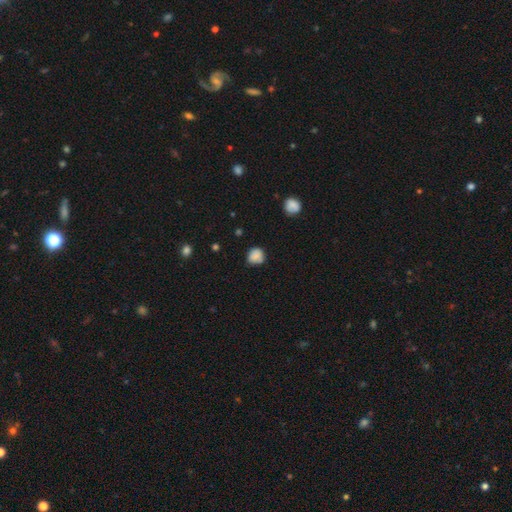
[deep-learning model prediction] smooth_or_featured: smooth (p=0.85) [alt: star or artifact p=0.10]
how_rounded: round (p=0.85) [alt: in between p=0.14]
merging: none (p=0.73) [alt: minor disturbance p=0.21]